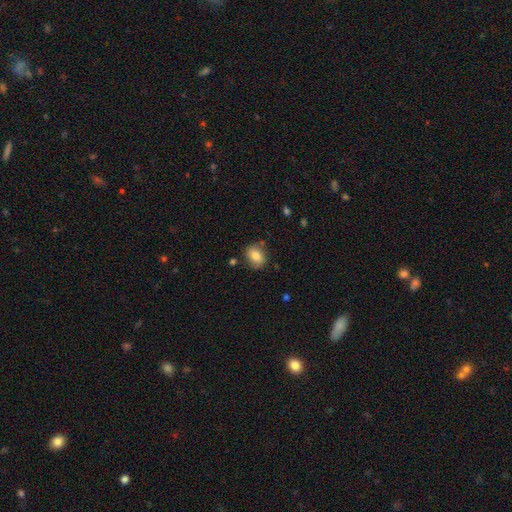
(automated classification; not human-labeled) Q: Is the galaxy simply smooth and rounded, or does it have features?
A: smooth — 81%.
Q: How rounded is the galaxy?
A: in between — 56%.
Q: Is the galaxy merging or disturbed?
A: none — 80%.